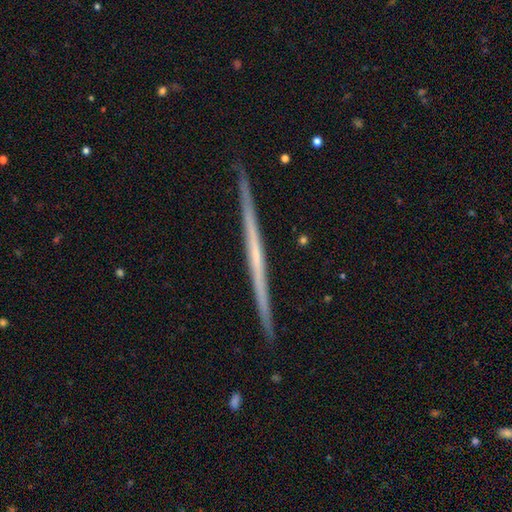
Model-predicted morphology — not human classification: Smooth or featured?
  - featured or disk: 72% *
  - smooth: 23%
  - star or artifact: 6%
Edge-on disk?
  - yes: 98% *
  - no: 2%
Edge-on bulge?
  - none: 86% *
  - rounded: 10%
  - boxy: 4%
Merging?
  - none: 92% *
  - minor disturbance: 6%
  - major disturbance: 1%
  - merger: 1%